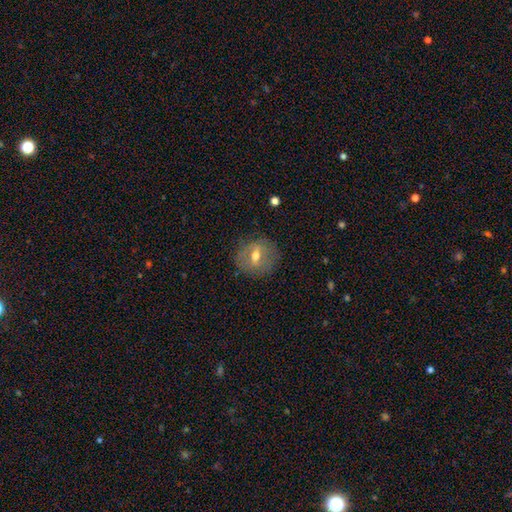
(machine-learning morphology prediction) This is possibly a featured or disk galaxy (46%). Merging: clearly none (80%).